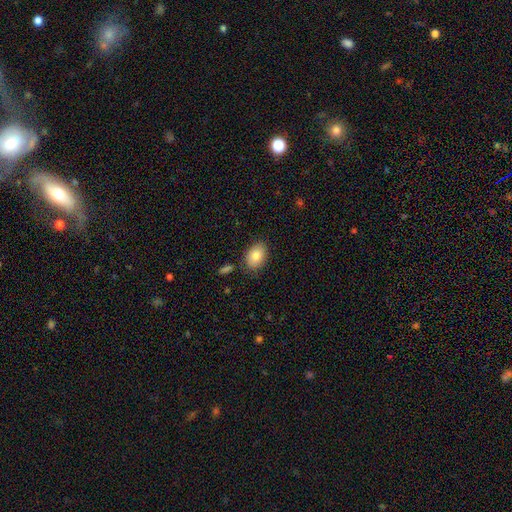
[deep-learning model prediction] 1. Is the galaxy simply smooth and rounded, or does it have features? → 83% smooth, 10% featured or disk, 7% star or artifact.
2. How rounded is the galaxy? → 85% in between, 14% round, 1% cigar-shaped.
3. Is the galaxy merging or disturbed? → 83% none, 12% minor disturbance, 3% merger, 3% major disturbance.